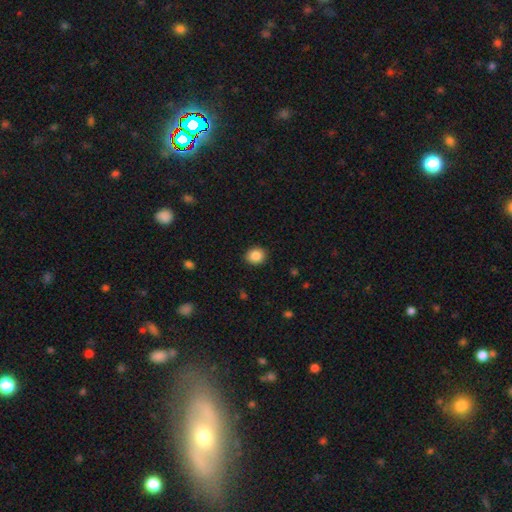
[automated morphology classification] A smooth galaxy with no disk features (87%) that is round (74%). Merging: none (90%).